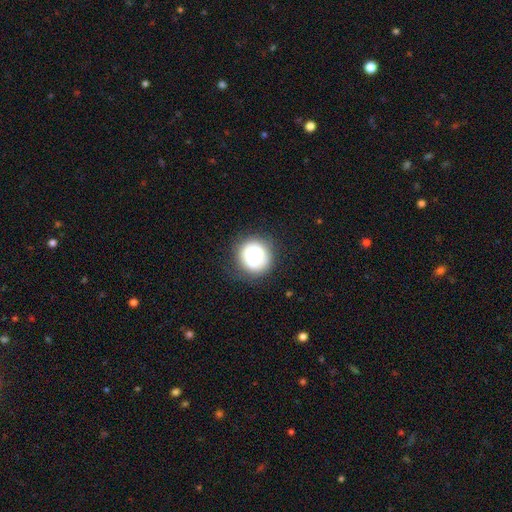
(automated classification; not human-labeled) A smooth galaxy with no disk features (67%) that is round (89%). Merging: none (79%).